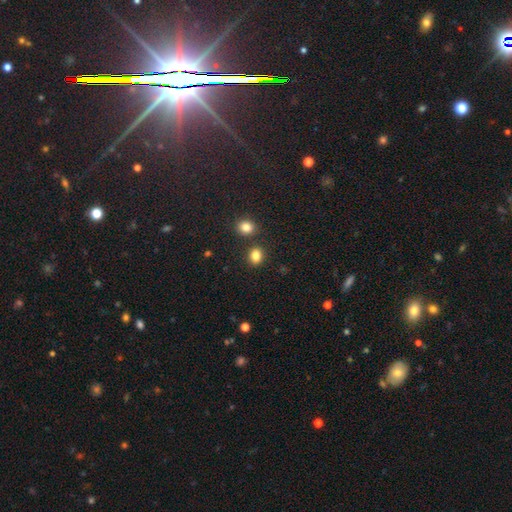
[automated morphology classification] smooth-or-featured: smooth: 84% | star or artifact: 11% | featured or disk: 5%
  how-rounded: round: 60% | in between: 39% | cigar-shaped: 1%
  merging: none: 80% | merger: 9% | minor disturbance: 8% | major disturbance: 2%